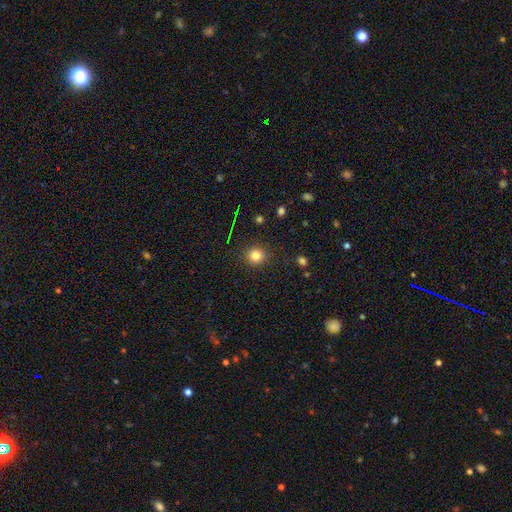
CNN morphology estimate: Smooth or featured?
  - smooth: 81% *
  - star or artifact: 13%
  - featured or disk: 6%
How rounded?
  - round: 91% *
  - in between: 8%
  - cigar-shaped: 1%
Merging?
  - none: 90% *
  - minor disturbance: 7%
  - major disturbance: 2%
  - merger: 1%